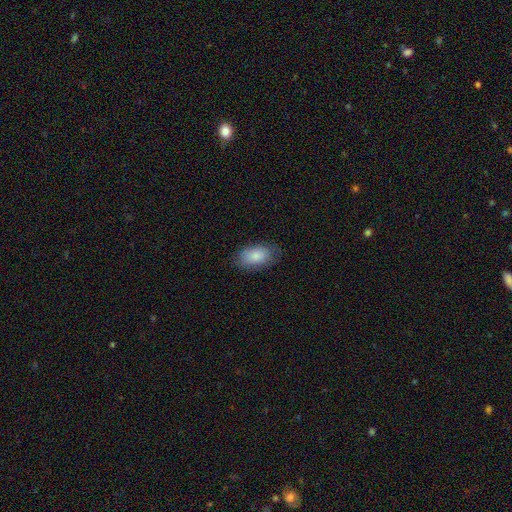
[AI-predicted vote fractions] Smooth or featured: smooth — 84% (featured or disk — 9%)
How rounded: in between — 92% (round — 6%)
Merging: none — 78% (minor disturbance — 16%)